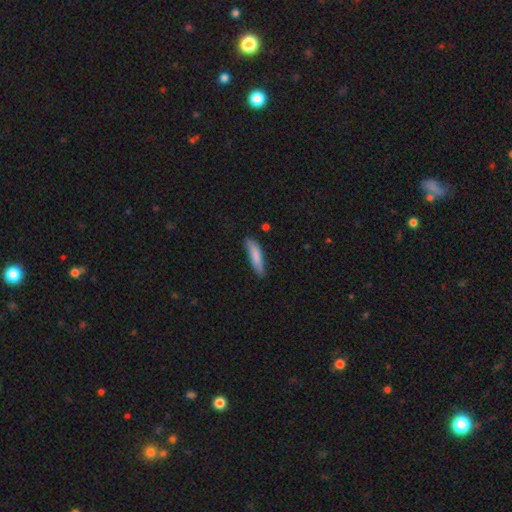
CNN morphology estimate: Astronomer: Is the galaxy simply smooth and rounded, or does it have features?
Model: smooth — 81%.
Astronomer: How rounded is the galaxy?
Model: cigar-shaped — 78%.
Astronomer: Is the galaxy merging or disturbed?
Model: none — 78%.